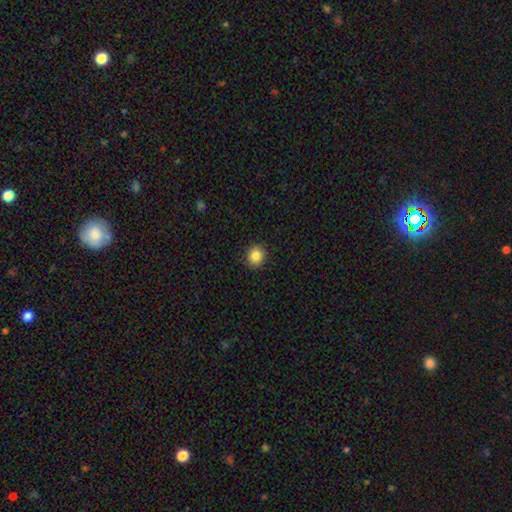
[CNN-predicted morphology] Smooth or featured? Predicted: smooth (p=0.85). How rounded? Predicted: round (p=0.82). Merging? Predicted: none (p=0.91).